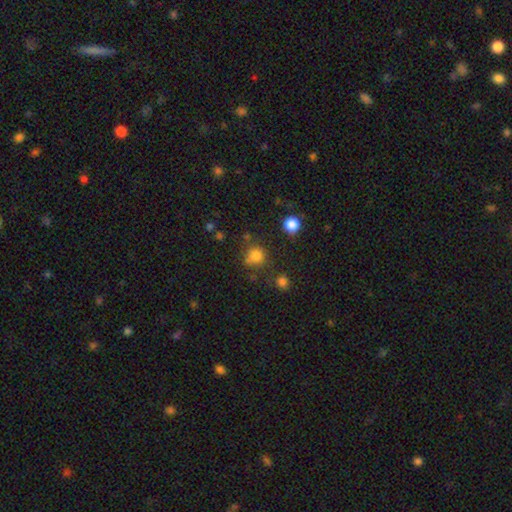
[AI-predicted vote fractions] smooth_or_featured: smooth (p=0.78) [alt: star or artifact p=0.16]
how_rounded: round (p=0.85) [alt: in between p=0.14]
merging: none (p=0.68) [alt: minor disturbance p=0.15]